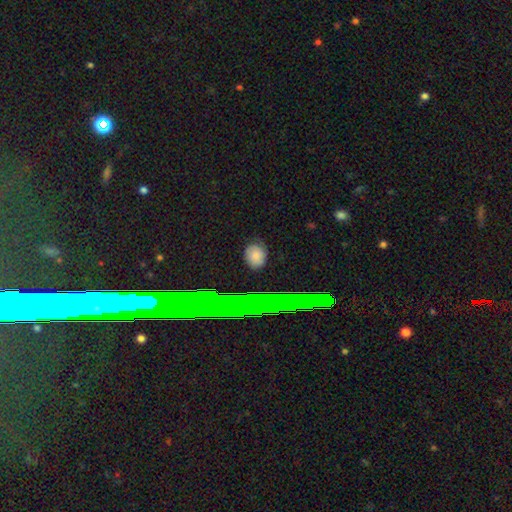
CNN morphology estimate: Overall: smooth (71%). How rounded: round (58%; in between 40%). Merging: none (83%).